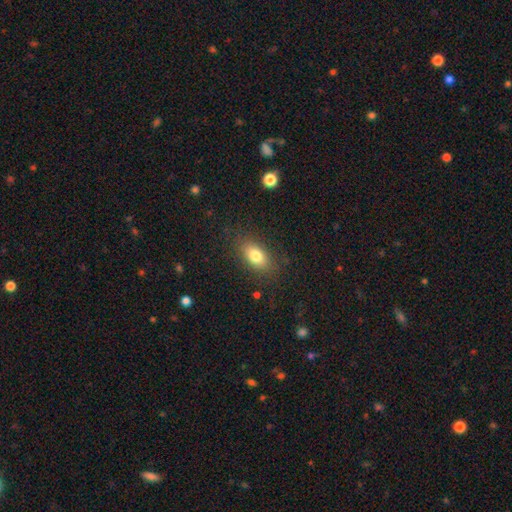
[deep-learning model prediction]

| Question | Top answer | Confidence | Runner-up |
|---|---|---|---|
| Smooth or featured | smooth | 80% | featured or disk (12%) |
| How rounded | in between | 86% | round (9%) |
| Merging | none | 83% | minor disturbance (11%) |